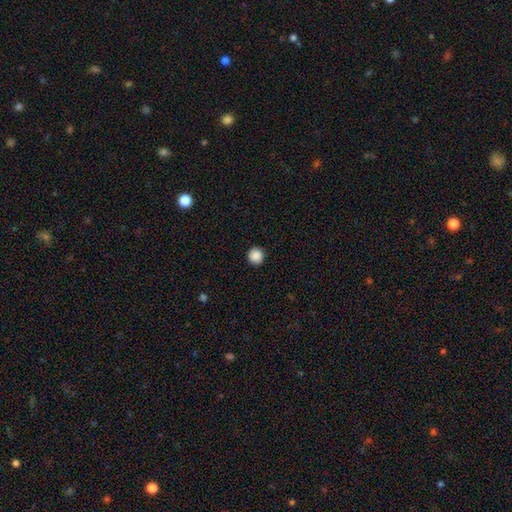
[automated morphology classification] The model was most divided on "smooth or featured": smooth: 88%, star or artifact: 9%, featured or disk: 2%. More confident: how rounded — round (94%); merging — none (93%).